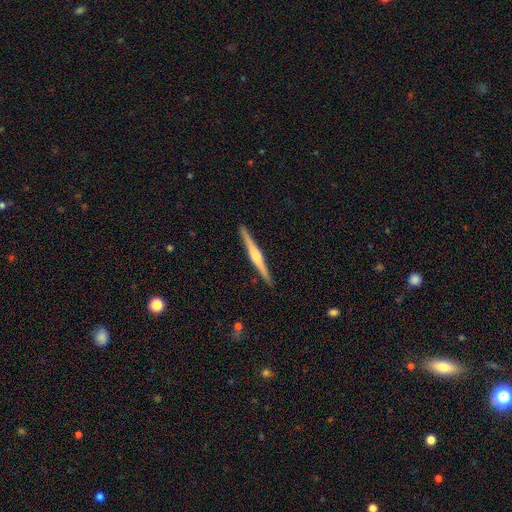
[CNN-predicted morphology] The model was most divided on "smooth or featured": featured or disk: 77%, smooth: 18%, star or artifact: 5%. More confident: edge-on disk — yes (99%); merging — none (92%); edge-on bulge — rounded (80%).